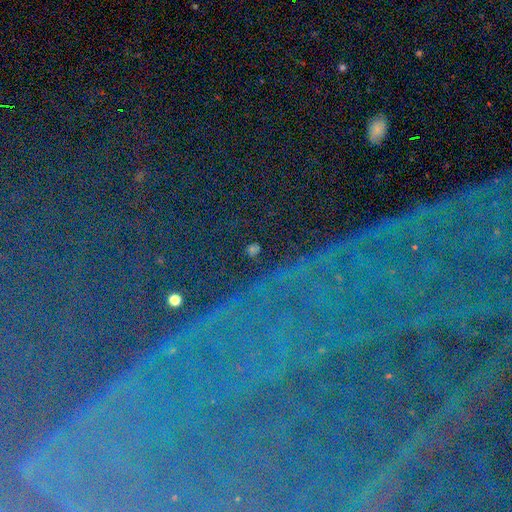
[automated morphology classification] Smooth or featured: star or artifact — 88% (featured or disk — 7%)